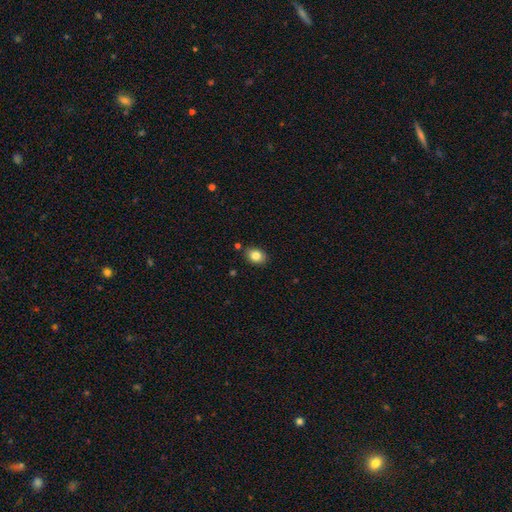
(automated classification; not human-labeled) Smooth or featured?
  - smooth: 83% *
  - star or artifact: 9%
  - featured or disk: 8%
How rounded?
  - in between: 68% *
  - round: 31%
  - cigar-shaped: 1%
Merging?
  - none: 84% *
  - minor disturbance: 11%
  - merger: 3%
  - major disturbance: 2%